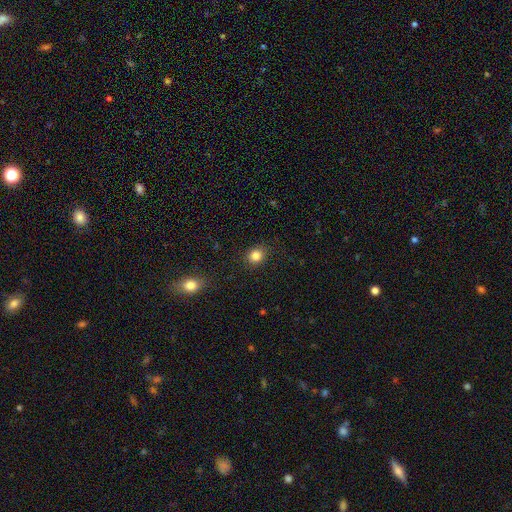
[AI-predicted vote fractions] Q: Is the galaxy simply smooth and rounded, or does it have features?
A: smooth — 84%.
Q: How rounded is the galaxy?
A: round — 78%.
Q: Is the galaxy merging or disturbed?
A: none — 88%.